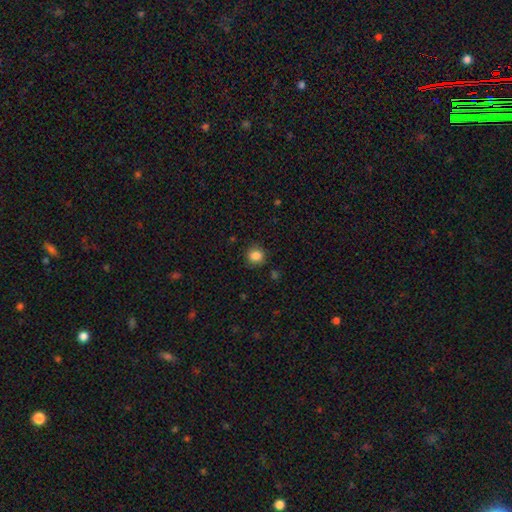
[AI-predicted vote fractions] A smooth galaxy with no disk features (86%) that is round (84%). Merging: none (86%).